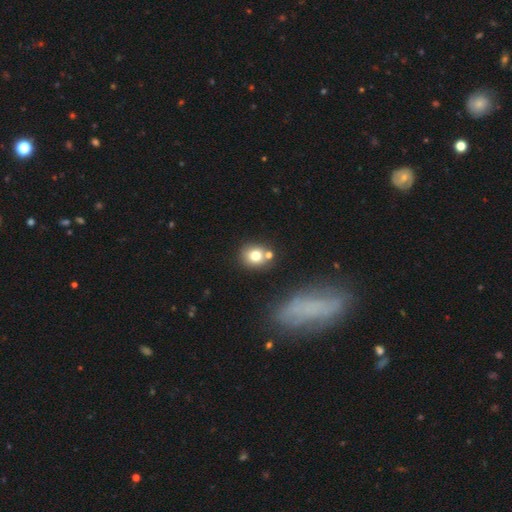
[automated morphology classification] A smooth galaxy with no disk features (76%) that is round (76%). Merging: none (66%).